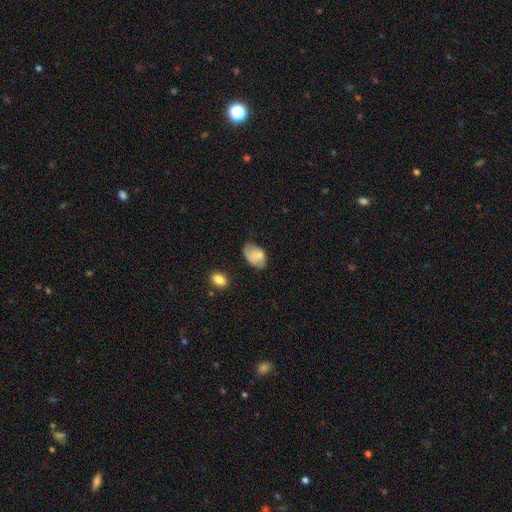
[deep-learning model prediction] Q: Smooth or featured?
A: smooth (73%); runner-up: featured or disk (18%)
Q: How rounded?
A: in between (86%); runner-up: round (13%)
Q: Merging?
A: none (49%); runner-up: minor disturbance (34%)